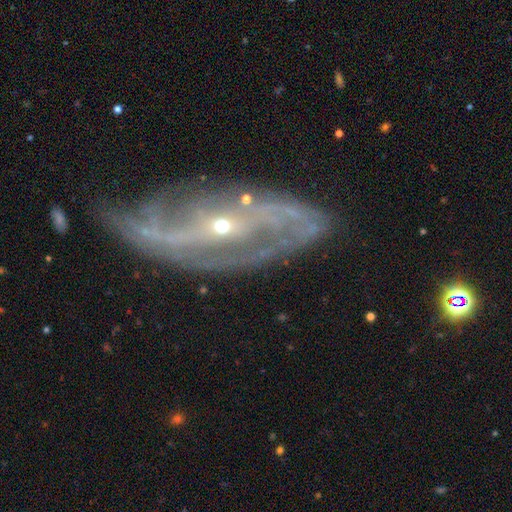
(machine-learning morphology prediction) smooth_or_featured: featured or disk (p=0.88) [alt: star or artifact p=0.06]
disk_edge_on: no (p=0.91) [alt: yes p=0.09]
bar: no (p=0.44) [alt: weak p=0.29]
has_spiral_arms: yes (p=0.93) [alt: no p=0.07]
spiral_winding: medium (p=0.40) [alt: loose p=0.35]
spiral_arm_count: 2 (p=0.71) [alt: can't tell p=0.12]
bulge_size: small (p=0.79) [alt: moderate p=0.18]
merging: none (p=0.57) [alt: minor disturbance p=0.24]